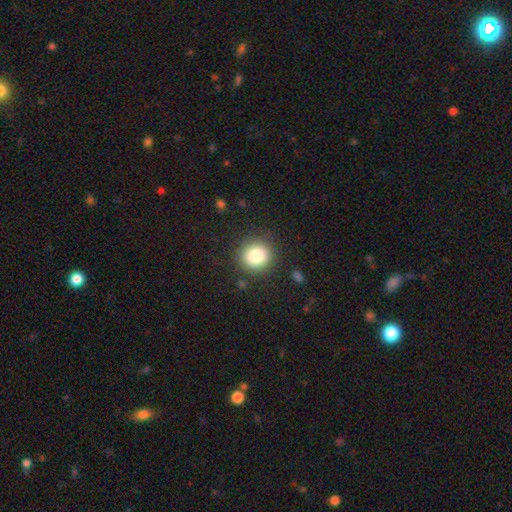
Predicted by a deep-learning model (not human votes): smooth_or_featured: smooth (p=0.83) [alt: star or artifact p=0.10]
how_rounded: round (p=0.90) [alt: in between p=0.09]
merging: none (p=0.88) [alt: minor disturbance p=0.08]